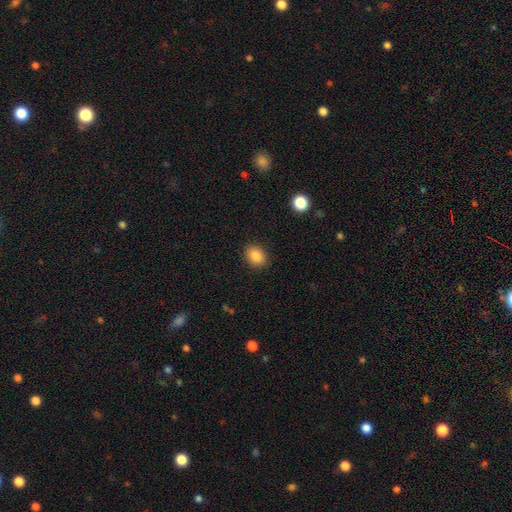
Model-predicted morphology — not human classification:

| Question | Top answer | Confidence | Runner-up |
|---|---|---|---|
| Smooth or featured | smooth | 86% | star or artifact (9%) |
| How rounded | in between | 54% | round (45%) |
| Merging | none | 89% | minor disturbance (7%) |